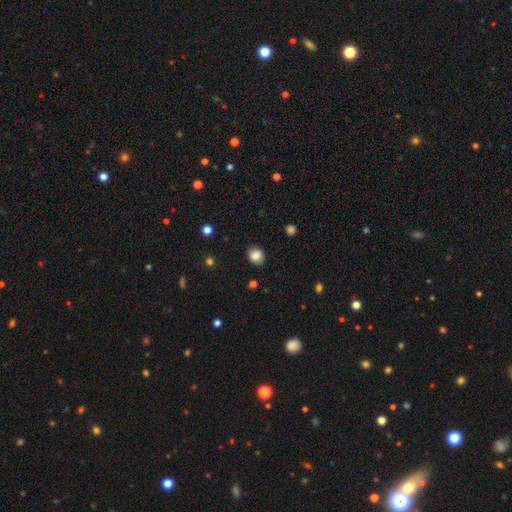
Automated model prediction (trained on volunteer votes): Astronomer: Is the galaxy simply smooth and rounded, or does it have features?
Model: smooth — 85%.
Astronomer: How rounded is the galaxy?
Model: round — 62% (runner-up: in between, 38%).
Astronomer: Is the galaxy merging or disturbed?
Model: none — 86%.